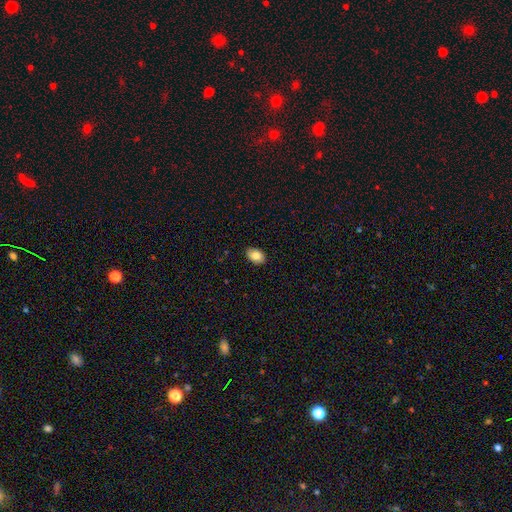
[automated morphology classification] The model was most divided on "how rounded": in between: 83%, round: 16%, cigar-shaped: 1%. More confident: merging — none (88%); smooth or featured — smooth (86%).